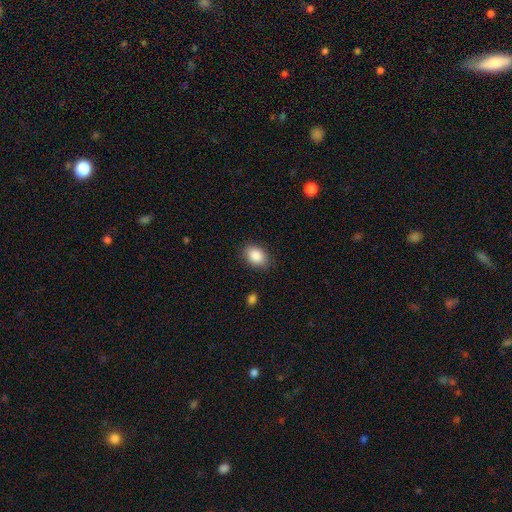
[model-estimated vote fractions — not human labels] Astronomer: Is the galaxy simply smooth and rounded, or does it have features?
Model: smooth — 88%.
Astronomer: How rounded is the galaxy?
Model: in between — 81%.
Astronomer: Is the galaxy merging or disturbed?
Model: none — 86%.